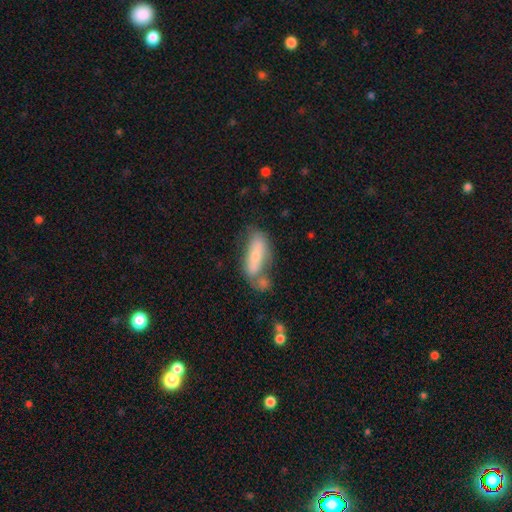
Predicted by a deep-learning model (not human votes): Morphology: type=smooth (67%); roundness=in between (61%); merging=none (41%).